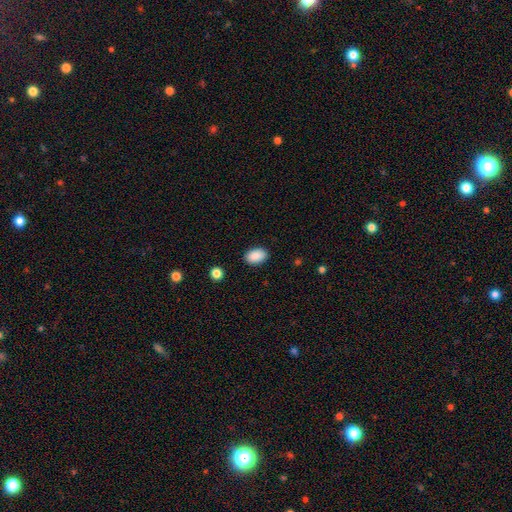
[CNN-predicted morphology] Smooth or featured? smooth (90%)
How rounded? in between (90%)
Merging? none (89%)